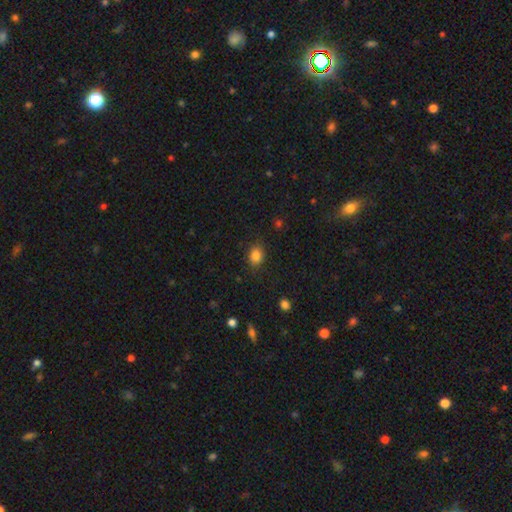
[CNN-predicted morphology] Q: Smooth or featured?
A: smooth (84%); runner-up: star or artifact (10%)
Q: How rounded?
A: in between (53%); runner-up: round (46%)
Q: Merging?
A: none (83%); runner-up: minor disturbance (12%)